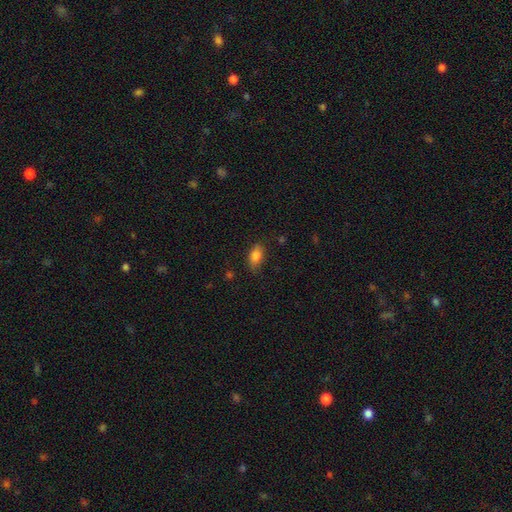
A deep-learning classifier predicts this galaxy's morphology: smooth_or_featured: smooth (p=0.84) [alt: star or artifact p=0.08]
how_rounded: in between (p=0.88) [alt: cigar-shaped p=0.07]
merging: none (p=0.75) [alt: minor disturbance p=0.19]